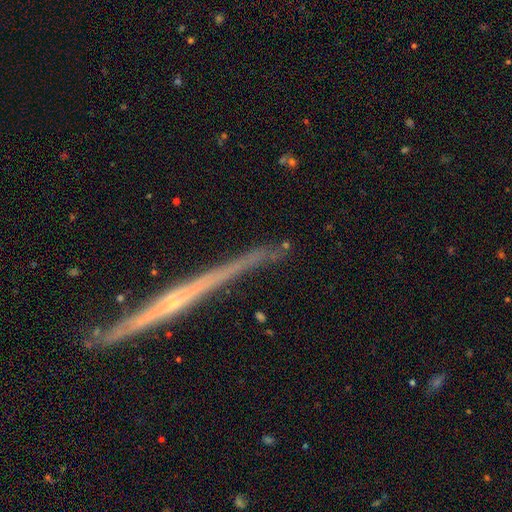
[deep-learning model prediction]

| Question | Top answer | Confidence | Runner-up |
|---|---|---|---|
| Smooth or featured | featured or disk | 49% | smooth (27%) |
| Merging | none | 77% | minor disturbance (14%) |